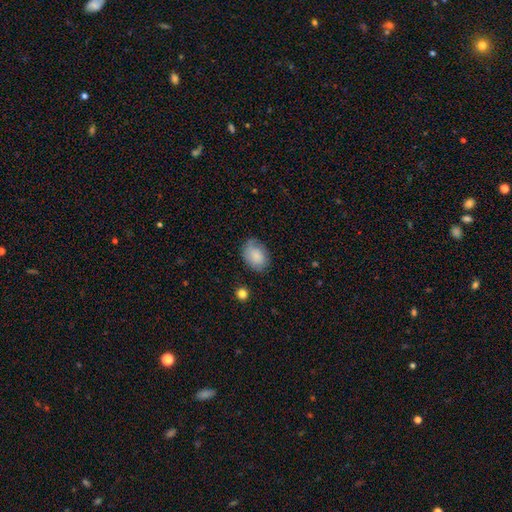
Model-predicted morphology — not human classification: A smooth galaxy with no disk features (82%) that is in between round and cigar-shaped (77%). Merging: none (72%).